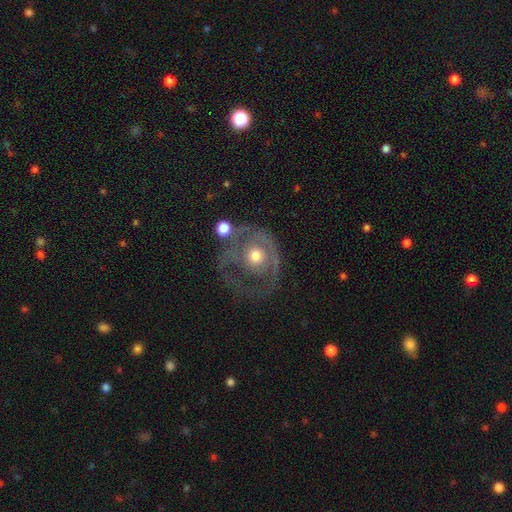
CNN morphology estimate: Smooth or featured: featured or disk — 67% (smooth — 27%)
Edge-on disk: no — 97% (yes — 3%)
Bar: no — 86% (weak — 11%)
Spiral arms: yes — 59% (no — 41%)
Bulge size: moderate — 68% (small — 17%)
Merging: none — 38% (major disturbance — 31%)